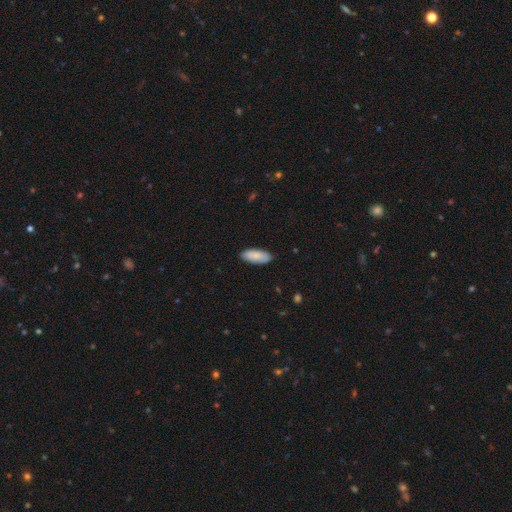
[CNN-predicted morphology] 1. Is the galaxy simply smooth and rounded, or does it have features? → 83% smooth, 12% featured or disk, 6% star or artifact.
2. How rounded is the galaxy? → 86% in between, 13% cigar-shaped, 2% round.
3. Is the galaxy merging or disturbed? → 87% none, 10% minor disturbance, 2% major disturbance, 1% merger.